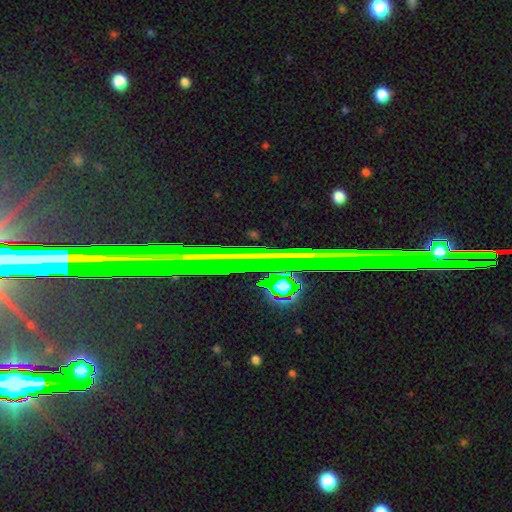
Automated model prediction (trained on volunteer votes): smooth-or-featured: star or artifact: 65% | featured or disk: 22% | smooth: 12%